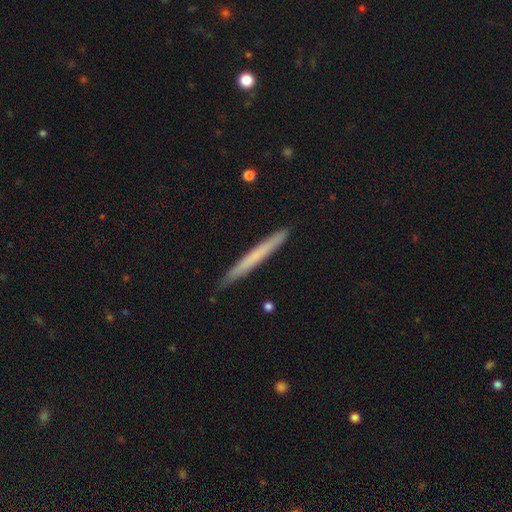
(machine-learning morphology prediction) A smooth galaxy with no disk features (59%) that is cigar-shaped (97%).

Vote fractions:
- Smooth or featured? smooth: 59% / featured or disk: 35% / star or artifact: 6%
- How rounded? cigar-shaped: 97% / in between: 2% / round: 1%
- Merging? none: 88% / minor disturbance: 9% / major disturbance: 1% / merger: 1%